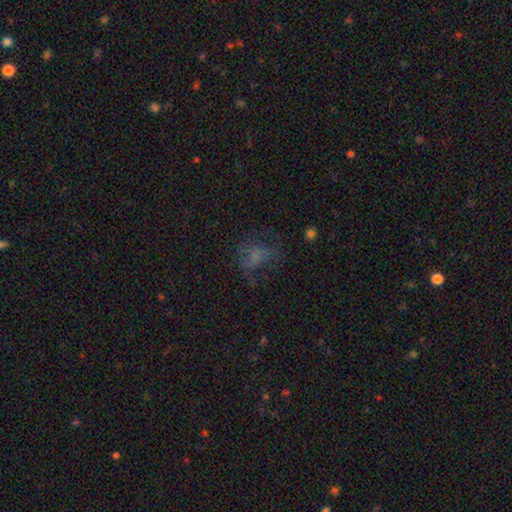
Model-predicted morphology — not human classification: type=smooth (51%); roundness=in between (55%); merging=none (46%).